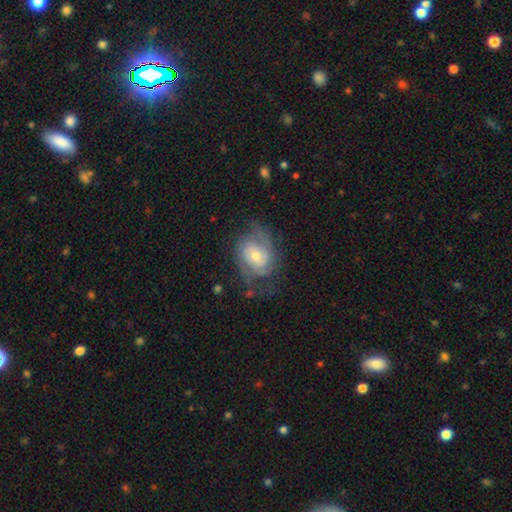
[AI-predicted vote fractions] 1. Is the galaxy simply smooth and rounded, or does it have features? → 76% featured or disk, 17% smooth, 6% star or artifact.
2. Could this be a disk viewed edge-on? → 97% no, 3% yes.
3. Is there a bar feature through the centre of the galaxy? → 59% no, 34% weak, 7% strong.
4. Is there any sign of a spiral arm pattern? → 90% yes, 10% no.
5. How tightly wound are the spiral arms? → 43% medium, 39% tight, 18% loose.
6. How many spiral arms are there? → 58% 2, 23% can't tell, 9% 3, 4% 1, 3% 4, 3% more than 4.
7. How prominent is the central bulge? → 46% small (tied), 46% moderate (tied), 5% large, 2% none, 1% dominant.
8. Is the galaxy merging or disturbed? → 60% none, 21% minor disturbance, 17% major disturbance, 1% merger.